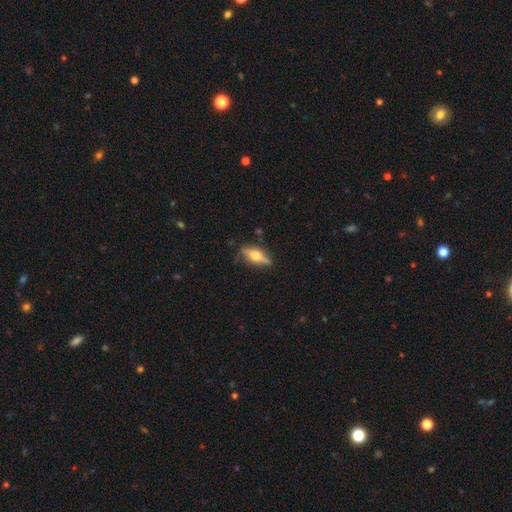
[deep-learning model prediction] Smooth or featured? featured or disk (61%)
Edge-on disk? yes (92%)
Edge-on bulge? rounded (94%)
Merging? none (80%)